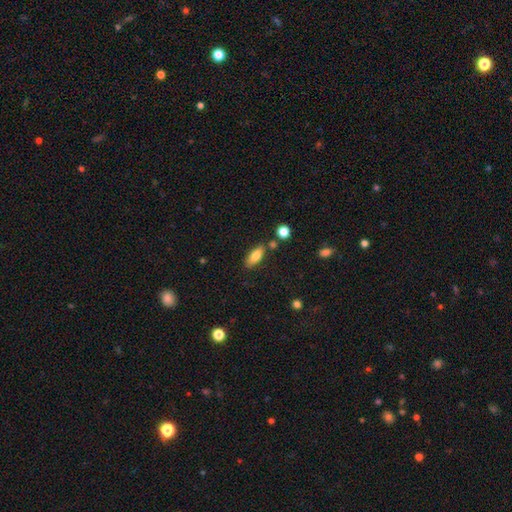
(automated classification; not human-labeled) A smooth galaxy with no disk features (79%) that is in between round and cigar-shaped (74%).

Vote fractions:
- Smooth or featured? smooth: 79% / featured or disk: 14% / star or artifact: 7%
- How rounded? in between: 74% / cigar-shaped: 24% / round: 3%
- Merging? none: 78% / minor disturbance: 13% / merger: 6% / major disturbance: 3%